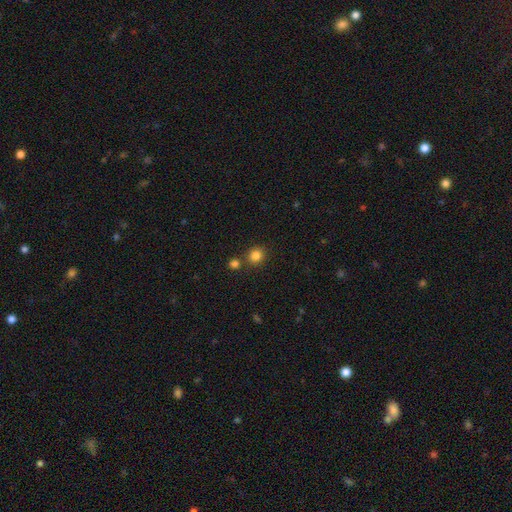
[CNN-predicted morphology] smooth-or-featured: smooth: 83% | star or artifact: 12% | featured or disk: 4%
  how-rounded: round: 83% | in between: 17% | cigar-shaped: 1%
  merging: none: 76% | merger: 13% | minor disturbance: 8% | major disturbance: 3%